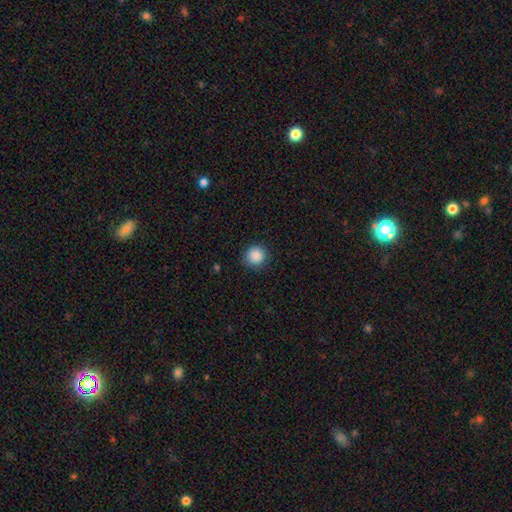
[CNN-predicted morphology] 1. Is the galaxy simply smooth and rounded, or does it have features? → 88% smooth, 9% star or artifact, 3% featured or disk.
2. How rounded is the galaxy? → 94% round, 5% in between, 1% cigar-shaped.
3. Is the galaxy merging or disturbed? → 89% none, 8% minor disturbance, 2% major disturbance, 1% merger.